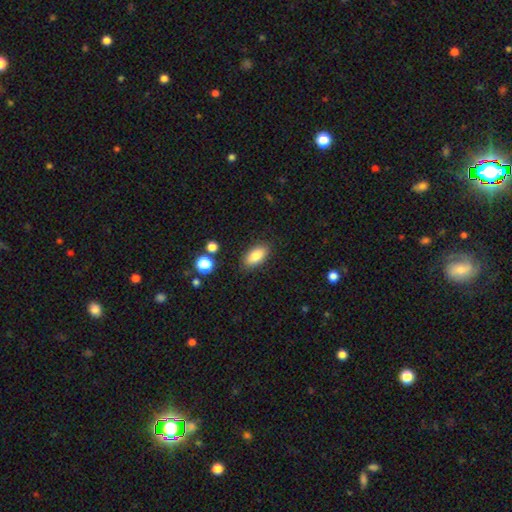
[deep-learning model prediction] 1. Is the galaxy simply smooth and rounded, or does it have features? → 84% smooth, 9% featured or disk, 8% star or artifact.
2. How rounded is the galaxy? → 89% in between, 7% cigar-shaped, 4% round.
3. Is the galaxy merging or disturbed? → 85% none, 10% minor disturbance, 3% major disturbance, 2% merger.